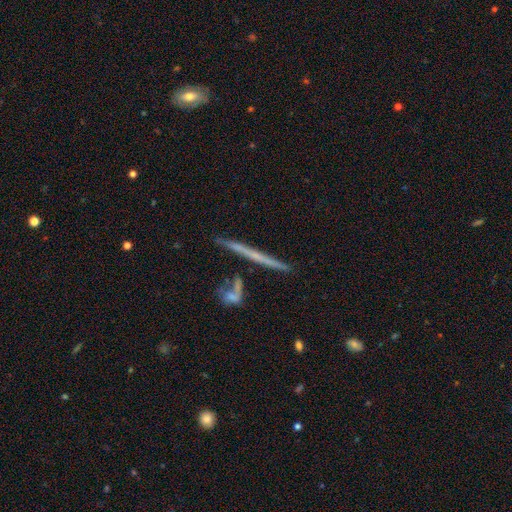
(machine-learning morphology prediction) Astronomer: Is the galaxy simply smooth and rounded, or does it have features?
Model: featured or disk — 59%.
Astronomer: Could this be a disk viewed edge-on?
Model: yes — 96%.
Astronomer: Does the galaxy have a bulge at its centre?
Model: none — 81%.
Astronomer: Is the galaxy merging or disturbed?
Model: none — 82%.